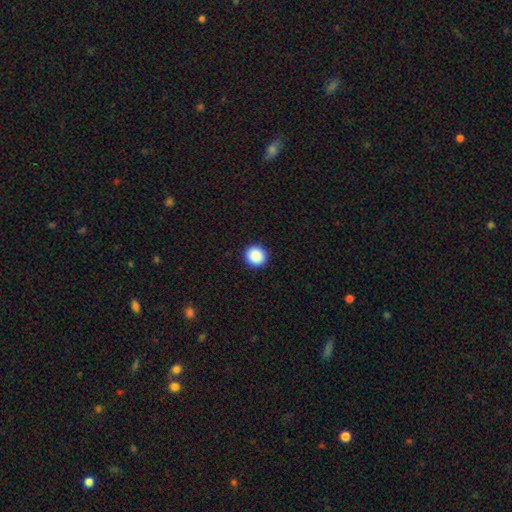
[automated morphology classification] type=smooth (89%); roundness=round (94%); merging=none (93%).